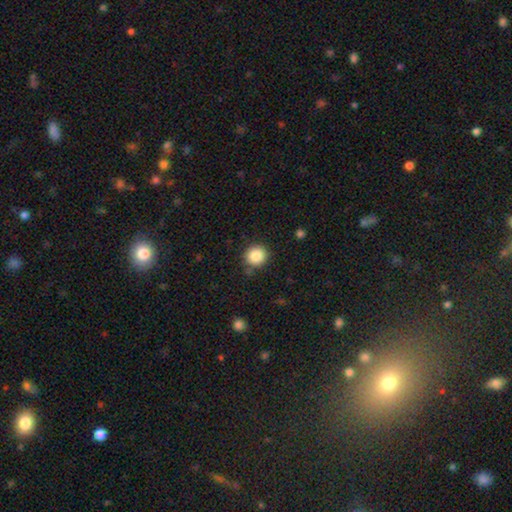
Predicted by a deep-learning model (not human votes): smooth_or_featured: smooth (p=0.86) [alt: star or artifact p=0.10]
how_rounded: round (p=0.91) [alt: in between p=0.08]
merging: none (p=0.84) [alt: minor disturbance p=0.11]